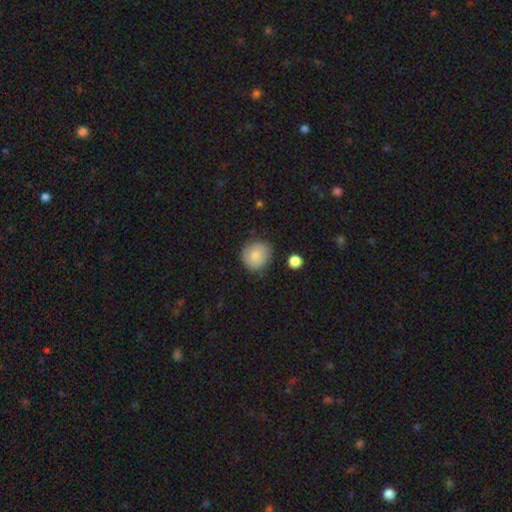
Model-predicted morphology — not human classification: The model was most divided on "merging": none: 77%, minor disturbance: 17%, major disturbance: 4%, merger: 2%. More confident: how rounded — round (84%); smooth or featured — smooth (80%).